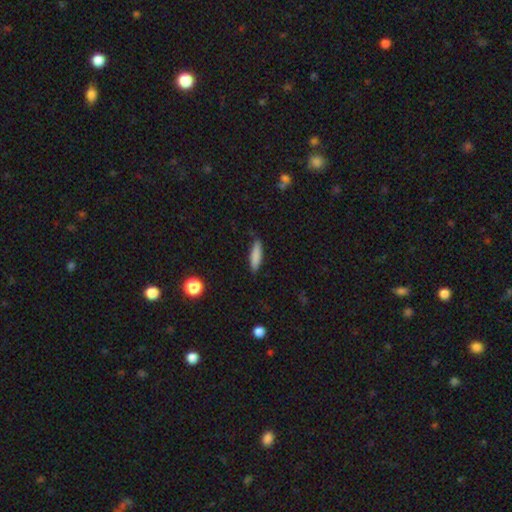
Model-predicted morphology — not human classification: Smooth or featured? smooth (84%)
How rounded? cigar-shaped (72%)
Merging? none (84%)